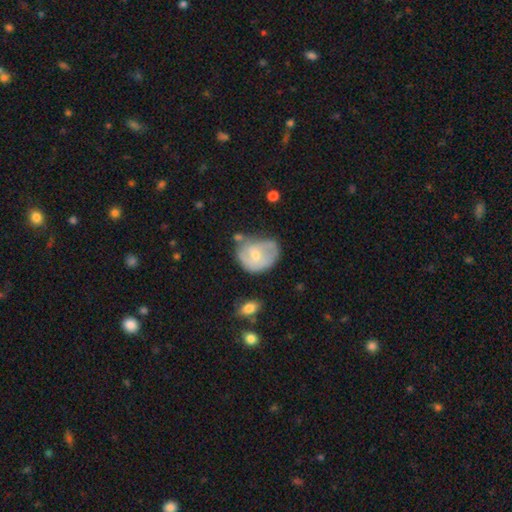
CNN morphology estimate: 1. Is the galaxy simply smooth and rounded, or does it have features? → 51% featured or disk, 42% smooth, 7% star or artifact.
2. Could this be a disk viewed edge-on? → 97% no, 3% yes.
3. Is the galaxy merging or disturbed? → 39% none, 33% minor disturbance, 19% major disturbance, 9% merger.